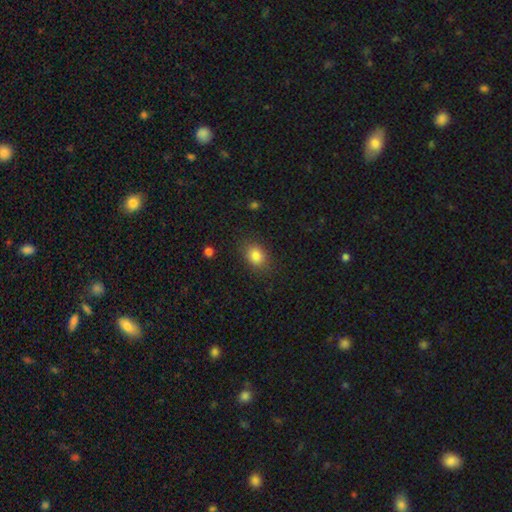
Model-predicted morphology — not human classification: A smooth galaxy with no disk features (83%) that is in between round and cigar-shaped (57%). Merging: none (83%).